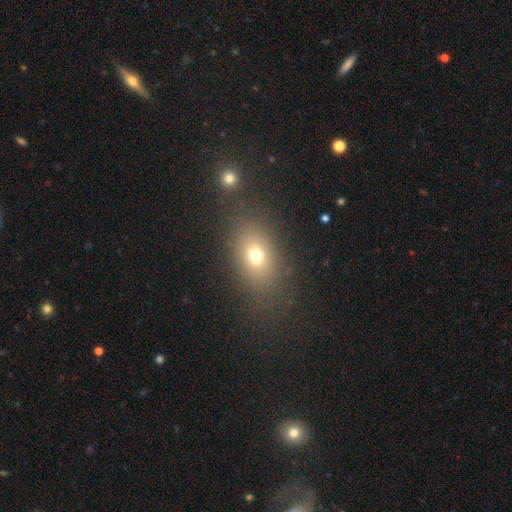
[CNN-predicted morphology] smooth 71%, star or artifact 15%, featured or disk 14%. Down the decision tree: how rounded — in between (76%); merging — none (79%).